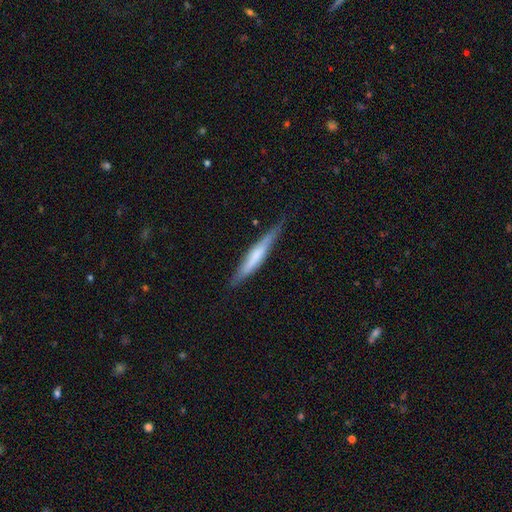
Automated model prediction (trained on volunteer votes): Smooth or featured? Predicted: featured or disk (p=0.48). Merging? Predicted: none (p=0.82).